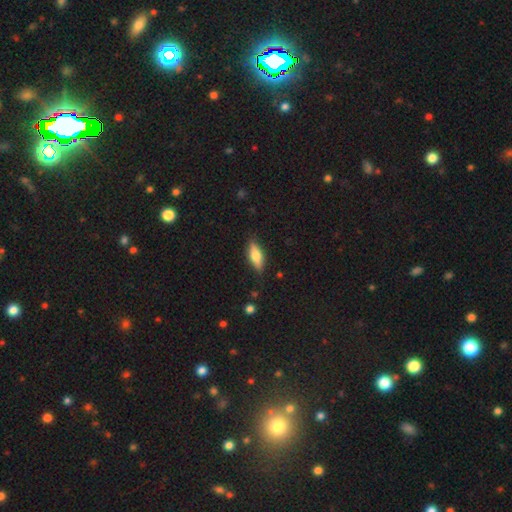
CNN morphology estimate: Smooth or featured?
  - smooth: 59% *
  - featured or disk: 34%
  - star or artifact: 7%
How rounded?
  - in between: 62% *
  - cigar-shaped: 35%
  - round: 3%
Merging?
  - none: 85% *
  - minor disturbance: 11%
  - major disturbance: 2%
  - merger: 1%